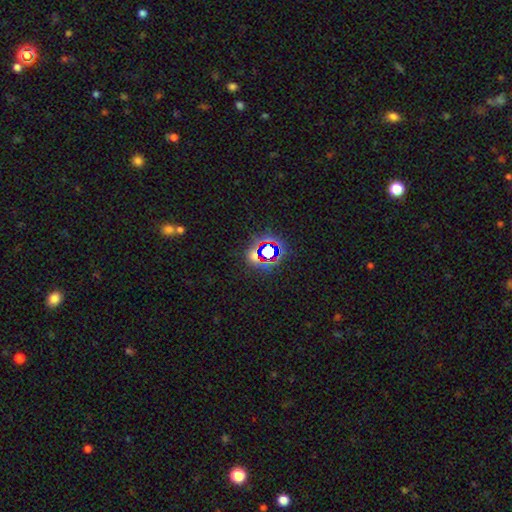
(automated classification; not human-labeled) Overall: star or artifact (69%).